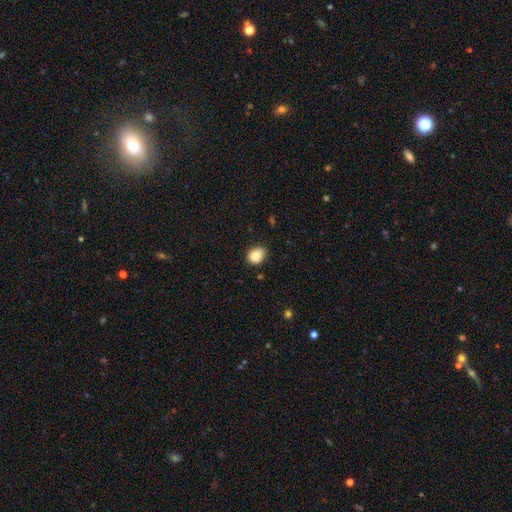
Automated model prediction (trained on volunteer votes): Q: Smooth or featured?
A: smooth (86%); runner-up: star or artifact (9%)
Q: How rounded?
A: in between (54%); runner-up: round (45%)
Q: Merging?
A: none (73%); runner-up: minor disturbance (22%)